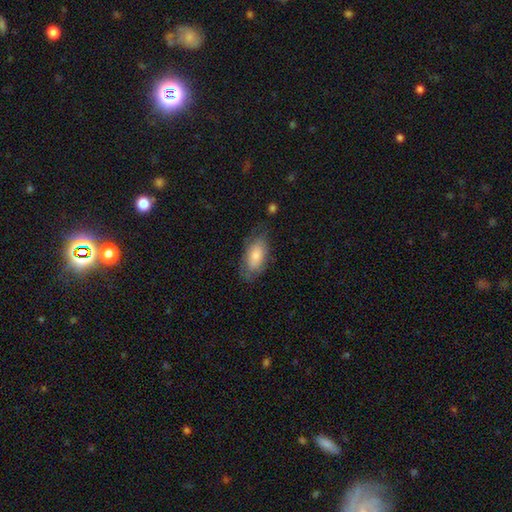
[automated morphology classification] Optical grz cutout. It shows a smooth galaxy with no disk features (75%) that is in between round and cigar-shaped (92%). Merging: none (68%).